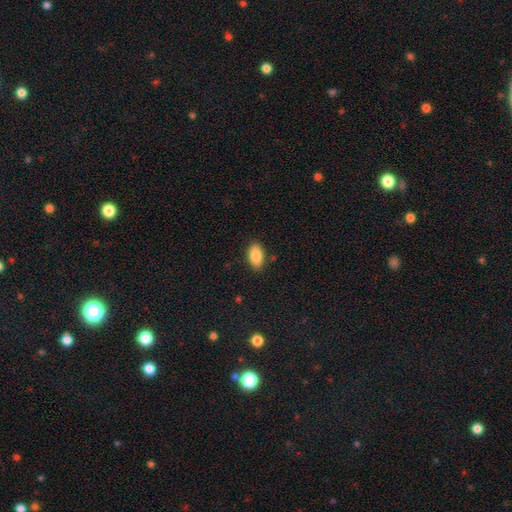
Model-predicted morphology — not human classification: smooth 88%, star or artifact 7%, featured or disk 5%. Down the decision tree: how rounded — in between (92%); merging — none (87%).